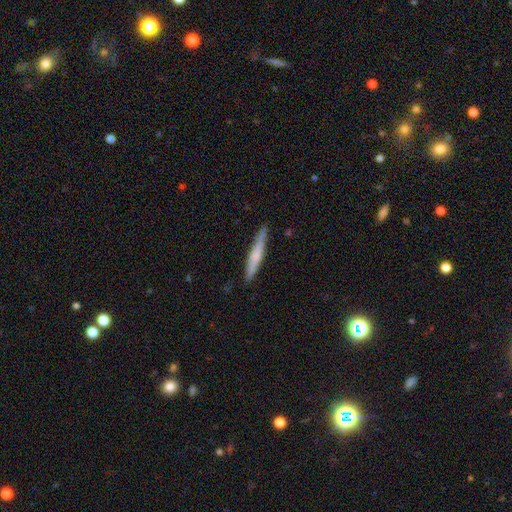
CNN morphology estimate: Smooth or featured? Predicted: smooth (p=0.55). How rounded? Predicted: cigar-shaped (p=0.94). Merging? Predicted: none (p=0.88).